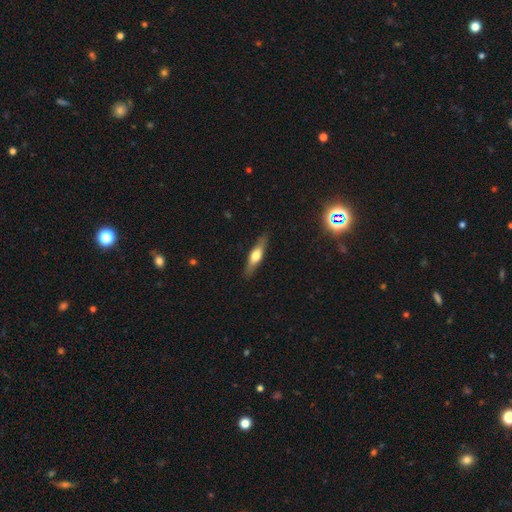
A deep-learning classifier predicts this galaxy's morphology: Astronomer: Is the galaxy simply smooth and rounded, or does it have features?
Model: smooth — 48% (runner-up: featured or disk, 46%).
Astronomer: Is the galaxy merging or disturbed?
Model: none — 88%.